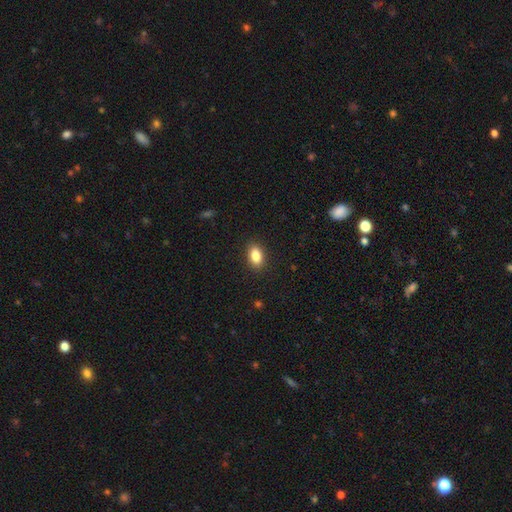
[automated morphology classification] Smooth or featured? smooth (87%)
How rounded? in between (90%)
Merging? none (89%)